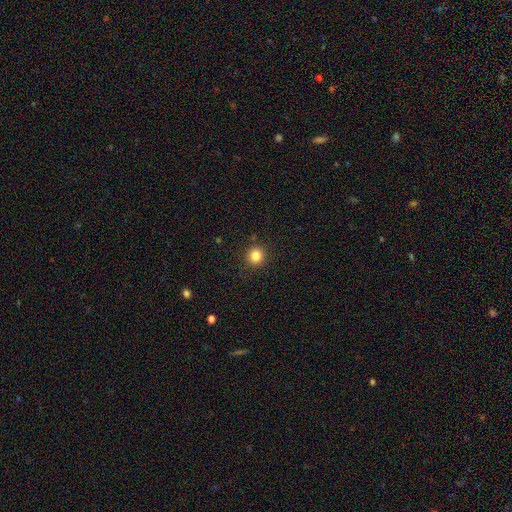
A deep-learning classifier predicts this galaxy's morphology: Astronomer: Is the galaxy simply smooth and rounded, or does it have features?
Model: smooth — 83%.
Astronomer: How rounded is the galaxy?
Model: round — 89%.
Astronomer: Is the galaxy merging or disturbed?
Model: none — 89%.